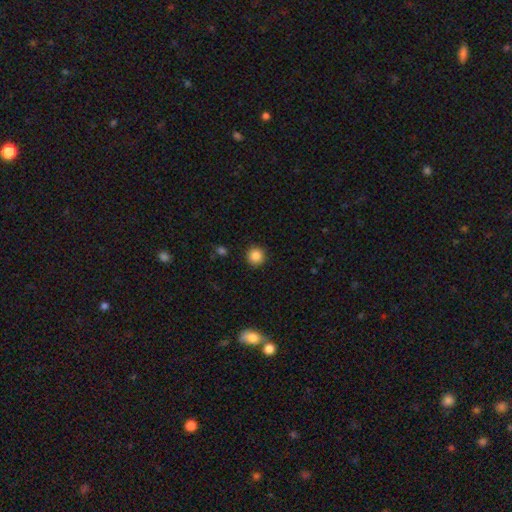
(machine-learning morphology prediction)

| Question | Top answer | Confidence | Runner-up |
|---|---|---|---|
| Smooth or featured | smooth | 86% | star or artifact (10%) |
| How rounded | round | 95% | in between (4%) |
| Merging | none | 92% | minor disturbance (5%) |